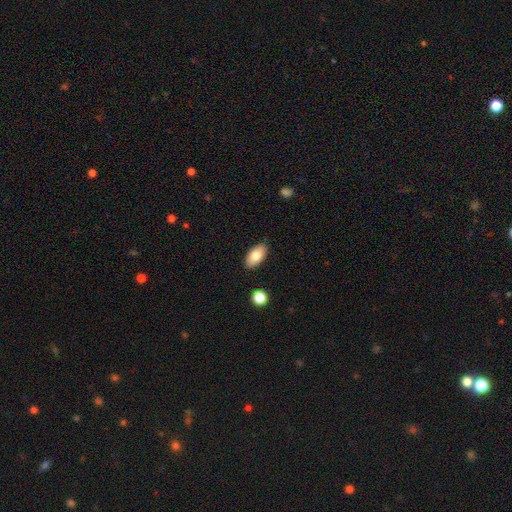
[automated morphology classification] type=smooth (80%); roundness=in between (94%); merging=none (88%).